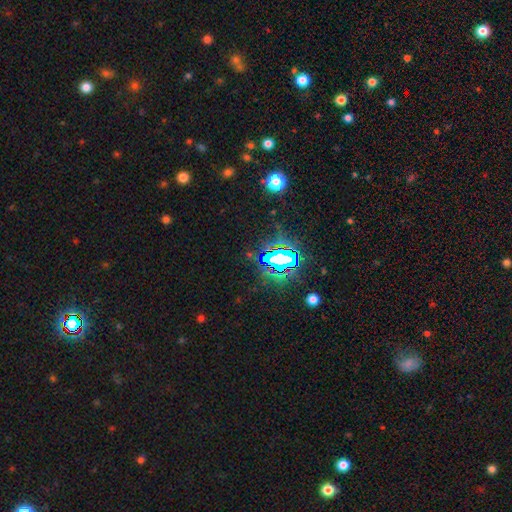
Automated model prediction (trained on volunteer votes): This is clearly a star or artifact rather than a galaxy (80%).